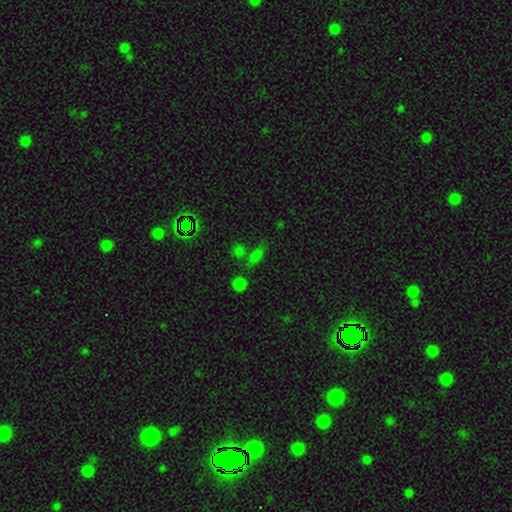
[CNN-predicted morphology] smooth_or_featured: smooth (p=0.54) [alt: star or artifact p=0.35]
how_rounded: in between (p=0.53) [alt: cigar-shaped p=0.28]
merging: none (p=0.61) [alt: merger p=0.17]